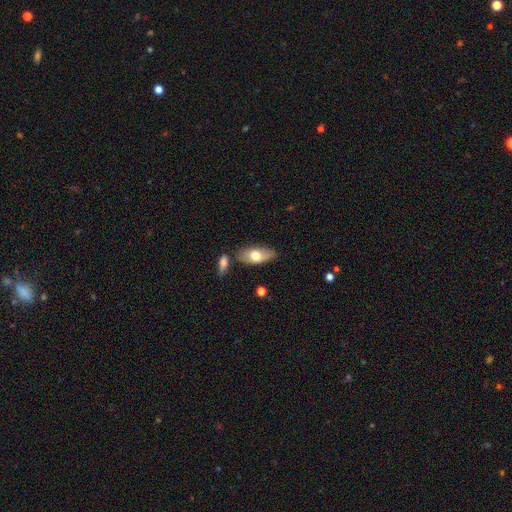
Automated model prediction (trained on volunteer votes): Smooth or featured: smooth — 65% (featured or disk — 28%)
How rounded: in between — 86% (cigar-shaped — 11%)
Merging: none — 69% (minor disturbance — 18%)